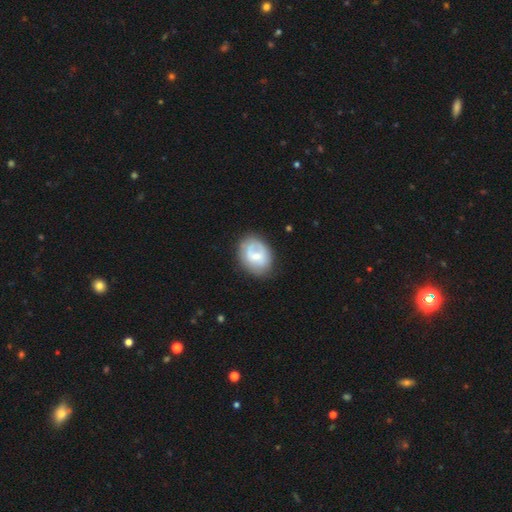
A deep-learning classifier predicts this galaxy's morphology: smooth-or-featured: smooth: 50% | featured or disk: 43% | star or artifact: 7%
  how-rounded: in between: 59% | round: 40% | cigar-shaped: 1%
  merging: none: 65% | minor disturbance: 23% | major disturbance: 9% | merger: 2%